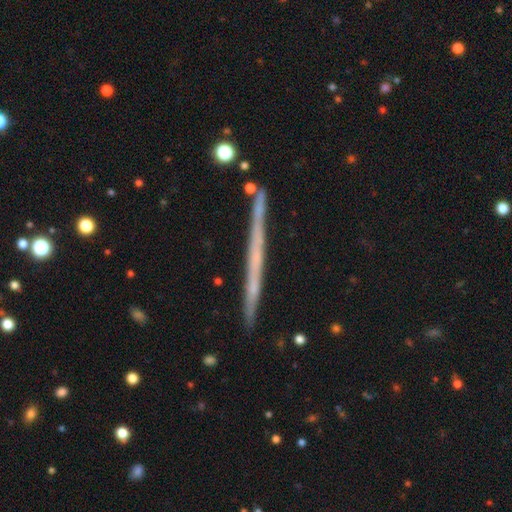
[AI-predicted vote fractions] A featured or disk galaxy (59%) viewed edge-on (98%) with no central bulge (92%).

Vote fractions:
- Smooth or featured? featured or disk: 59% / smooth: 35% / star or artifact: 6%
- Edge-on disk? yes: 98% / no: 2%
- Edge-on bulge? none: 92% / rounded: 5% / boxy: 3%
- Merging? none: 89% / minor disturbance: 8% / merger: 2% / major disturbance: 1%